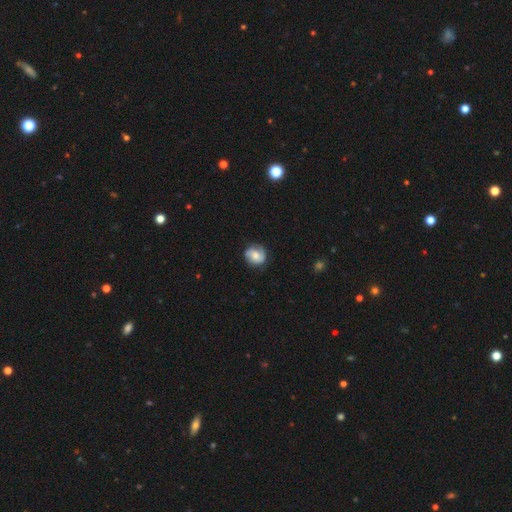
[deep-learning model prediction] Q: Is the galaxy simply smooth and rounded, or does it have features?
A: featured or disk — 47%.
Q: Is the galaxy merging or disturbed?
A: none — 75%.